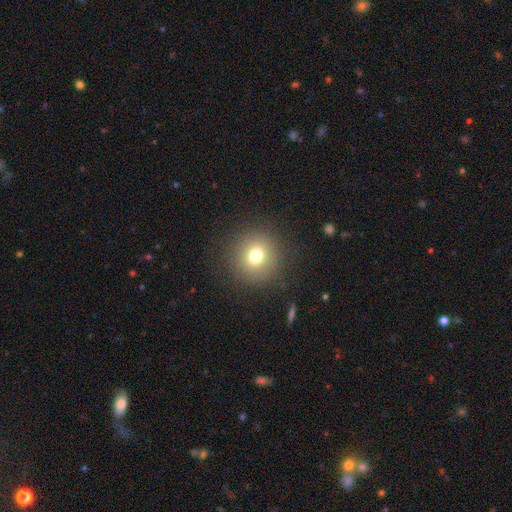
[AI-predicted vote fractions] smooth 74%, star or artifact 14%, featured or disk 12%. Down the decision tree: how rounded — round (90%); merging — none (88%).